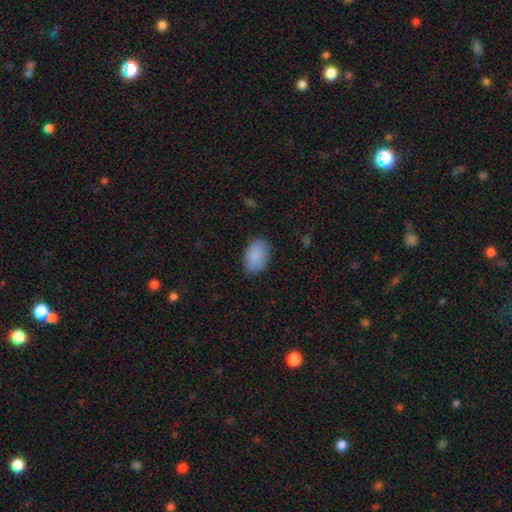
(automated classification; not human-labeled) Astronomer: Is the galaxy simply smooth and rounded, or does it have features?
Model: smooth — 89%.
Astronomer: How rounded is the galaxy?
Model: in between — 89%.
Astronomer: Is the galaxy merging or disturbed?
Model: none — 84%.